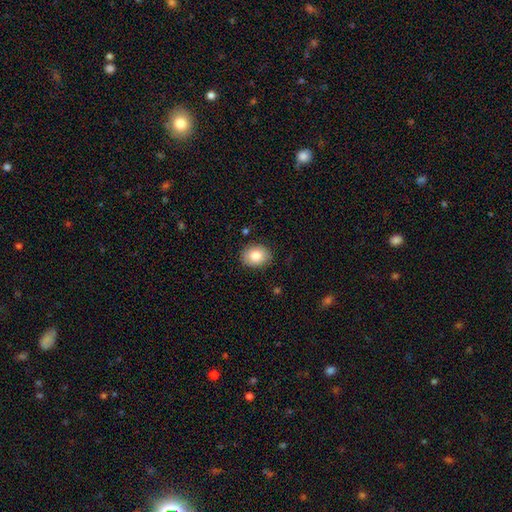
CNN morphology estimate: Smooth or featured: smooth — 84% (featured or disk — 8%)
How rounded: in between — 54% (round — 46%)
Merging: none — 86% (minor disturbance — 10%)